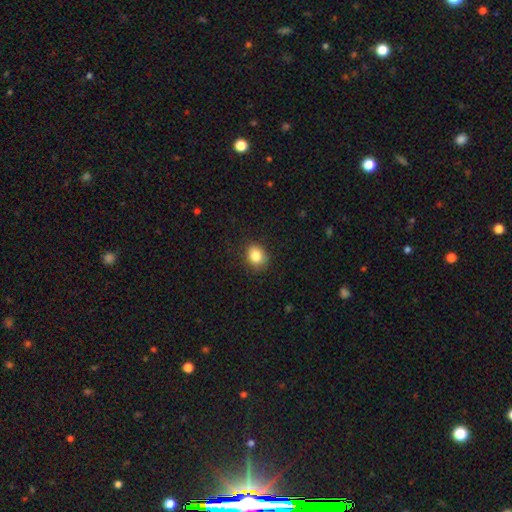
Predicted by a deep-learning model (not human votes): A smooth galaxy with no disk features (84%) that is round (62%).

Vote fractions:
- Smooth or featured? smooth: 84% / star or artifact: 10% / featured or disk: 6%
- How rounded? round: 62% / in between: 37% / cigar-shaped: 1%
- Merging? none: 85% / minor disturbance: 11% / major disturbance: 3% / merger: 1%